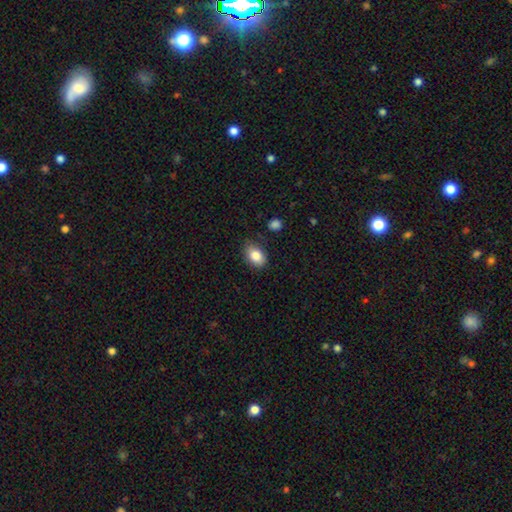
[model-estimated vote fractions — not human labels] This appears to be a smooth galaxy with no disk features (85%) that is in between round and cigar-shaped (85%). Merging: none (79%).